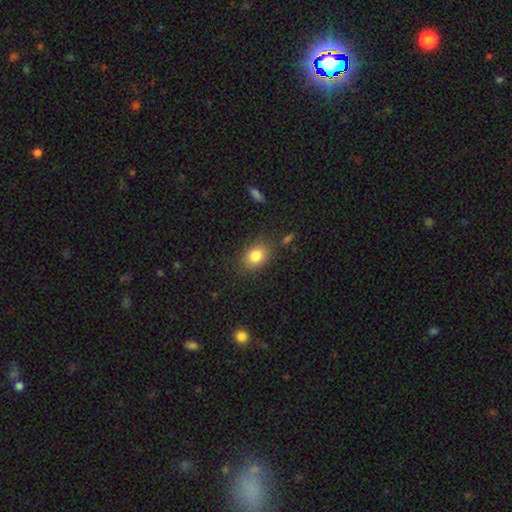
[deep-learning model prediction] smooth-or-featured: smooth: 82% | star or artifact: 10% | featured or disk: 8%
  how-rounded: in between: 61% | round: 38% | cigar-shaped: 1%
  merging: none: 80% | minor disturbance: 13% | major disturbance: 4% | merger: 3%